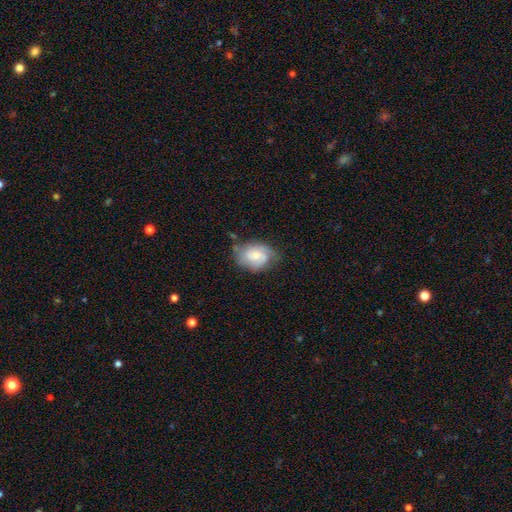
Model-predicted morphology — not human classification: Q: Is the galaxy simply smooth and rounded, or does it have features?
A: featured or disk — 62%.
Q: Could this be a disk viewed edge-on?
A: no — 97%.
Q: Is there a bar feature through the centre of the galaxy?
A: no — 61%.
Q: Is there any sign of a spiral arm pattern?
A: yes — 89%.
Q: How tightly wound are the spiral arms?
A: tight — 42%, tied with medium.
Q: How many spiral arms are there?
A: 2 — 55%.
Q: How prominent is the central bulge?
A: small — 47%.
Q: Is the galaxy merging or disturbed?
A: none — 60%.